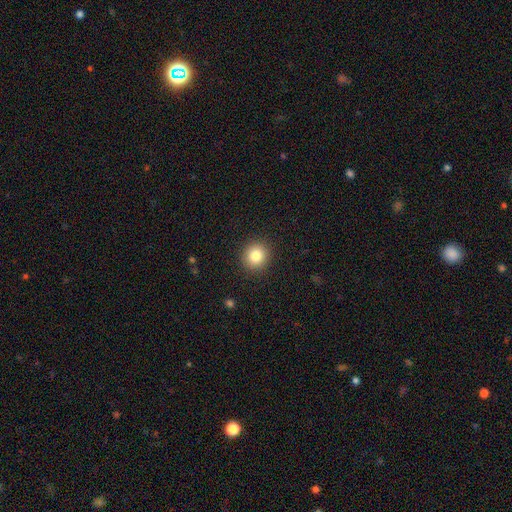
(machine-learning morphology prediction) A smooth galaxy with no disk features (83%) that is round (91%).

Vote fractions:
- Smooth or featured? smooth: 83% / star or artifact: 11% / featured or disk: 7%
- How rounded? round: 91% / in between: 8% / cigar-shaped: 1%
- Merging? none: 91% / minor disturbance: 6% / major disturbance: 2% / merger: 1%